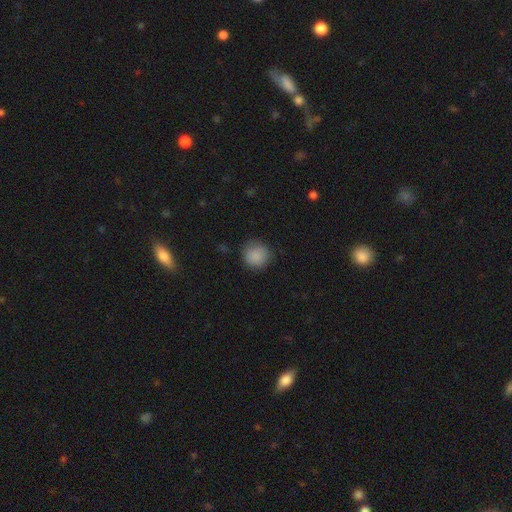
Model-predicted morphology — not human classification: This is clearly a smooth galaxy (88%). How rounded: clearly round (91%). Merging: clearly none (83%).